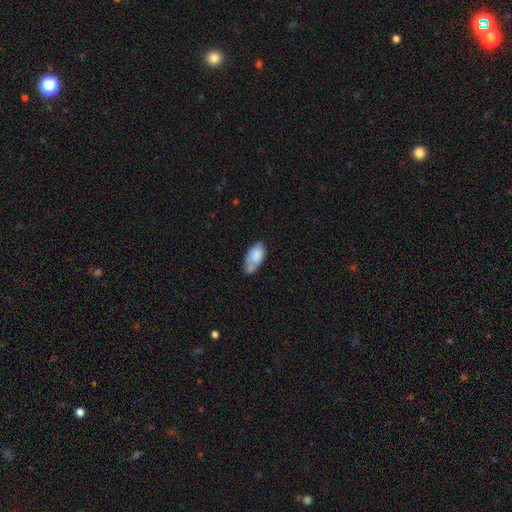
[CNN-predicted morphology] smooth_or_featured: smooth (p=0.76) [alt: featured or disk p=0.16]
how_rounded: in between (p=0.93) [alt: cigar-shaped p=0.04]
merging: none (p=0.40) [alt: minor disturbance p=0.35]